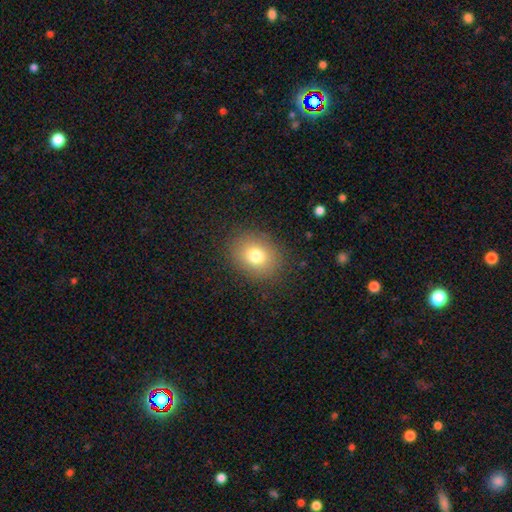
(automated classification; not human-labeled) smooth-or-featured: smooth: 77% | star or artifact: 12% | featured or disk: 11%
  how-rounded: round: 53% | in between: 46% | cigar-shaped: 1%
  merging: none: 86% | minor disturbance: 9% | major disturbance: 4% | merger: 1%